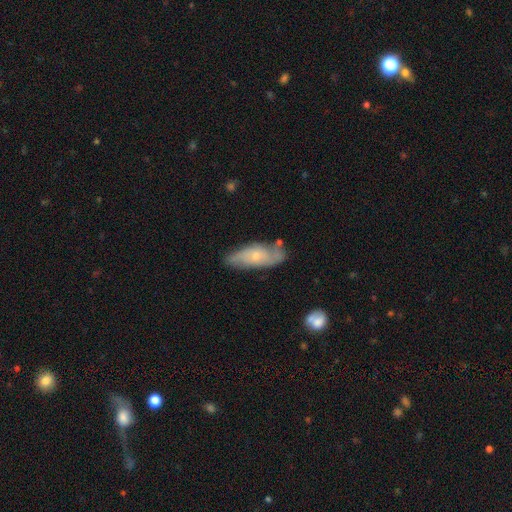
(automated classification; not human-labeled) smooth-or-featured: smooth: 47% (tied) | featured or disk: 47% (tied) | star or artifact: 6%
  merging: none: 65% | minor disturbance: 25% | major disturbance: 6% | merger: 4%